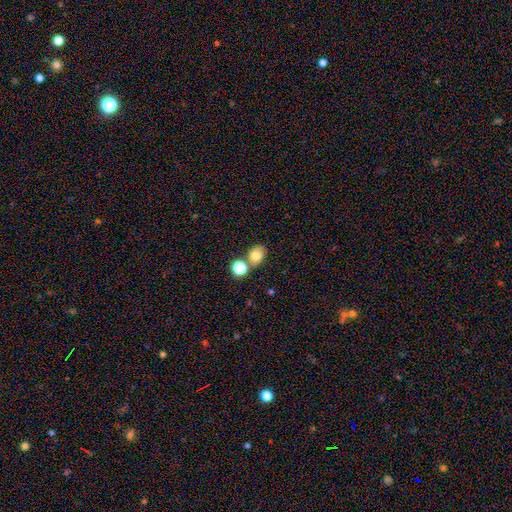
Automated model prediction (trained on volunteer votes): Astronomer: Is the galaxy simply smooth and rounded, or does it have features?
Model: smooth — 78%.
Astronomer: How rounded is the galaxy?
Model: in between — 55% (runner-up: round, 43%).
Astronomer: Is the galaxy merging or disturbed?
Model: none — 59%.